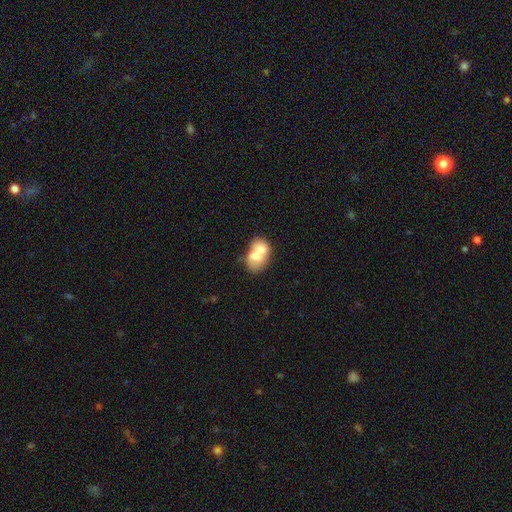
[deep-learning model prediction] A smooth galaxy with no disk features (64%) that is in between round and cigar-shaped (60%). Merging: merger (71%).